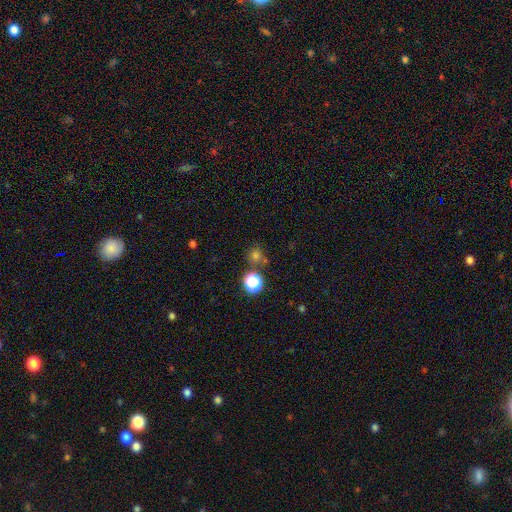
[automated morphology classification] Smooth or featured? smooth (68%)
How rounded? round (87%)
Merging? none (70%)